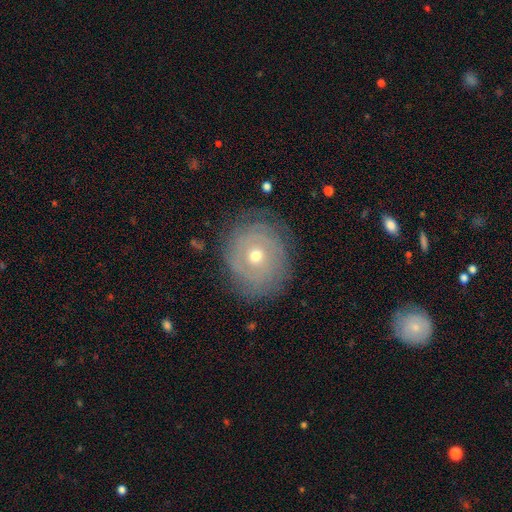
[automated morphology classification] Smooth or featured? featured or disk (67%)
Edge-on disk? no (96%)
Bar? no (85%)
Spiral arms? yes (77%)
Bulge size? moderate (52%)
Merging? none (78%)